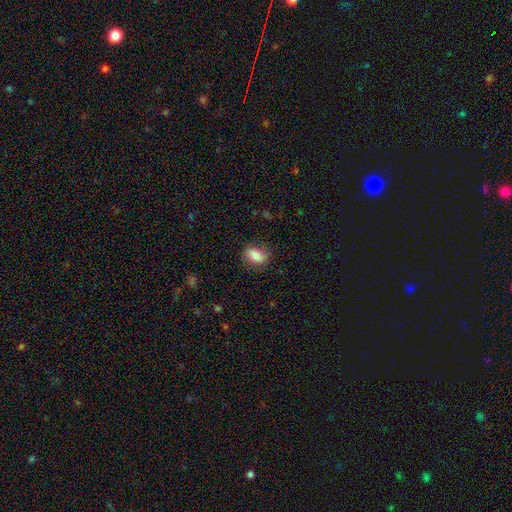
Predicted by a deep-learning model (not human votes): This appears to be a smooth galaxy with no disk features (80%) that is in between round and cigar-shaped (81%). Merging: none (79%).